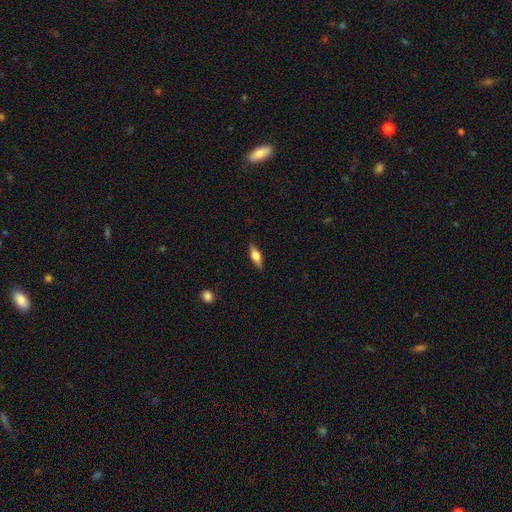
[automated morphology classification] smooth 47%, featured or disk 46%, star or artifact 7%. Down the decision tree: merging — none (86%).